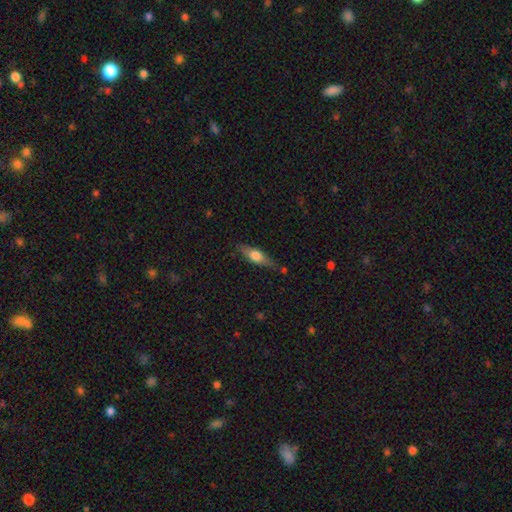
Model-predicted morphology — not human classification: Smooth or featured: smooth — 50% (featured or disk — 43%)
How rounded: cigar-shaped — 53% (in between — 43%)
Merging: none — 78% (minor disturbance — 16%)